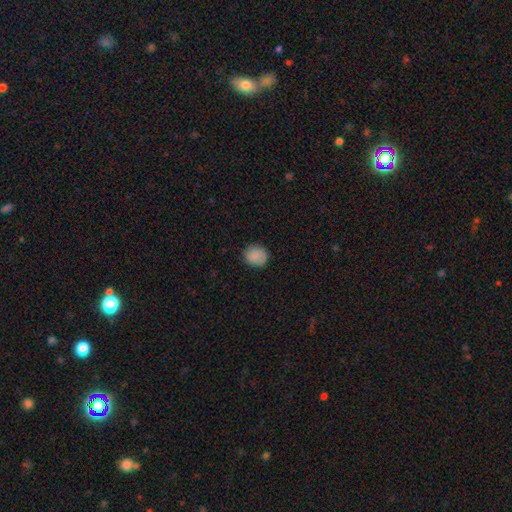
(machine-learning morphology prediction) Smooth or featured? Predicted: smooth (p=0.87). How rounded? Predicted: round (p=0.78). Merging? Predicted: none (p=0.84).